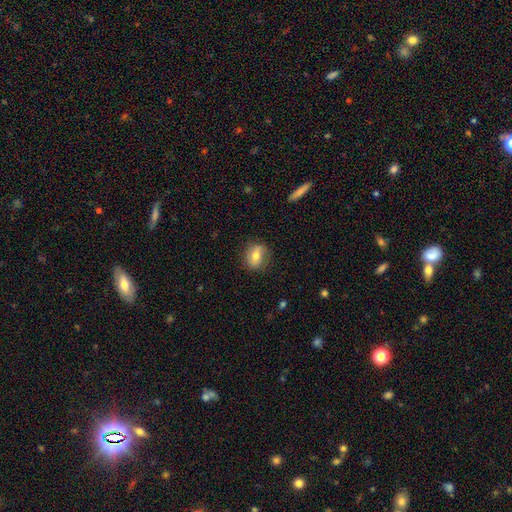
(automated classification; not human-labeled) Morphology: type=smooth (64%); roundness=in between (52%); merging=none (81%).